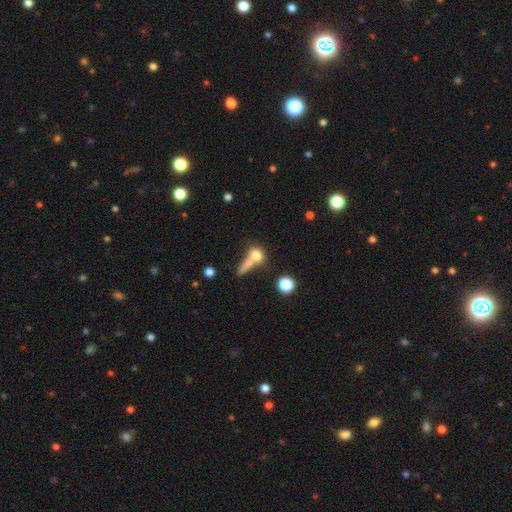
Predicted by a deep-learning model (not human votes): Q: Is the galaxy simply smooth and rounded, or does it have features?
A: smooth — 60%.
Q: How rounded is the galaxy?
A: round — 47%.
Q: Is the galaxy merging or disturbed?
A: merger — 37%.